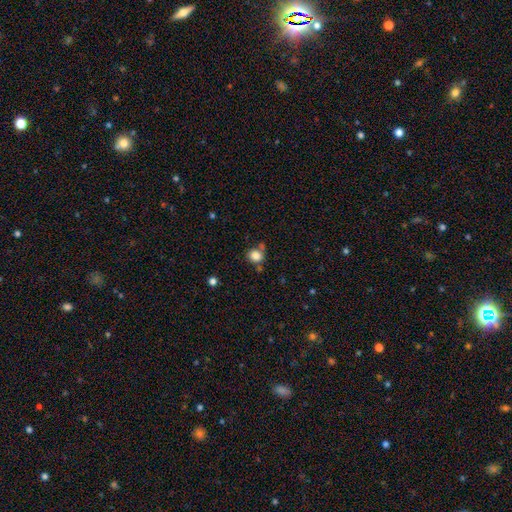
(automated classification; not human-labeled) Smooth or featured? Predicted: smooth (p=0.83). How rounded? Predicted: round (p=0.79). Merging? Predicted: none (p=0.63).